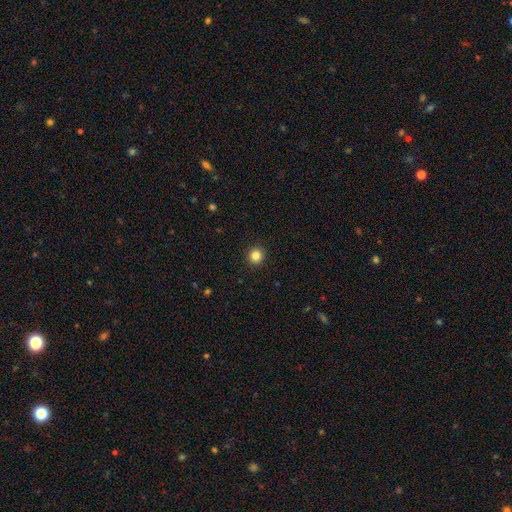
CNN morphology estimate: Overall: smooth (84%). How rounded: round (94%). Merging: none (93%).